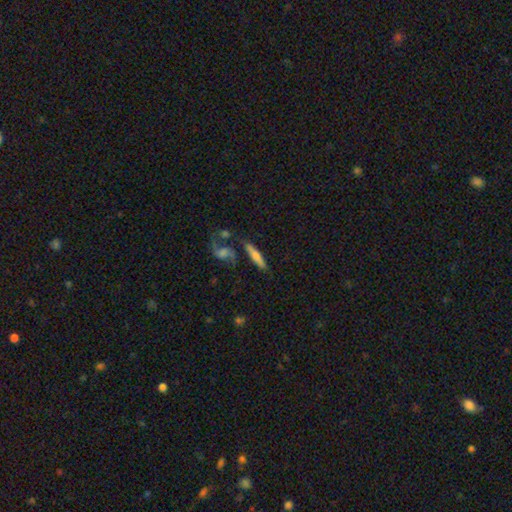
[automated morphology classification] A smooth galaxy with no disk features (50%) that is cigar-shaped (78%). Merging: none (67%).